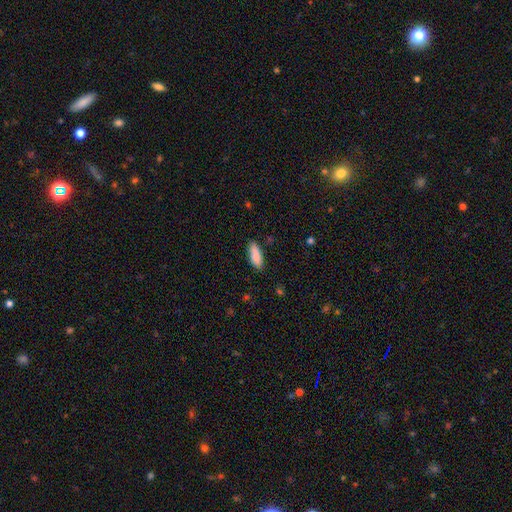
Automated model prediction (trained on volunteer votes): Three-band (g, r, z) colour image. It shows a smooth galaxy with no disk features (88%) that is in between round and cigar-shaped (65%). Merging: none (82%).